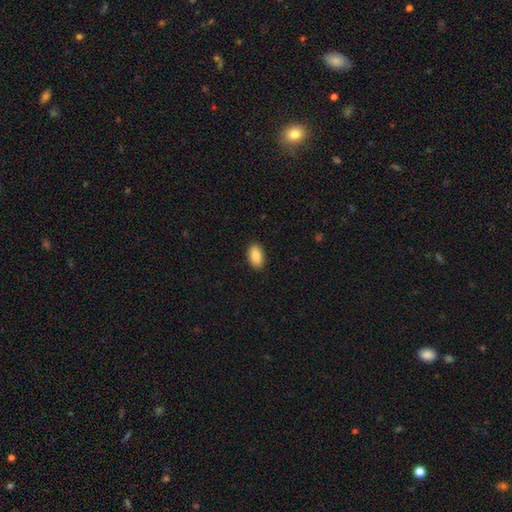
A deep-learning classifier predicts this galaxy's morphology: Smooth or featured?
  - smooth: 87% *
  - star or artifact: 7%
  - featured or disk: 6%
How rounded?
  - in between: 92% *
  - round: 5%
  - cigar-shaped: 3%
Merging?
  - none: 90% *
  - minor disturbance: 7%
  - major disturbance: 2%
  - merger: 1%